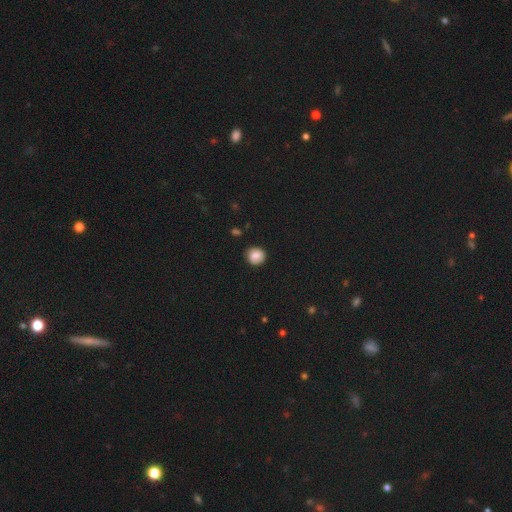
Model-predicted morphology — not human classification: Smooth or featured: smooth — 84% (star or artifact — 9%)
How rounded: round — 88% (in between — 11%)
Merging: none — 85% (minor disturbance — 11%)